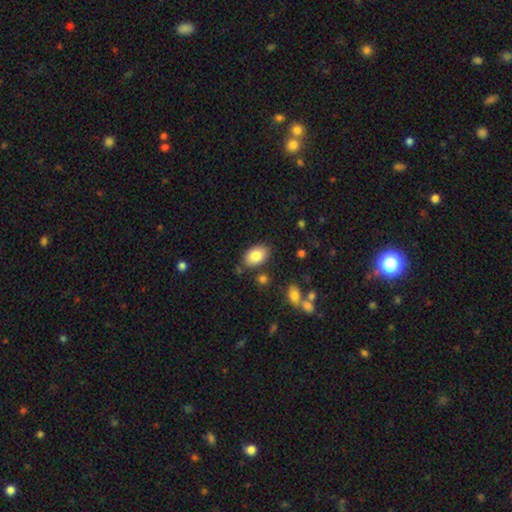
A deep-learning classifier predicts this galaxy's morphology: Q: Smooth or featured?
A: smooth (83%); runner-up: featured or disk (10%)
Q: How rounded?
A: in between (91%); runner-up: round (8%)
Q: Merging?
A: none (81%); runner-up: minor disturbance (12%)